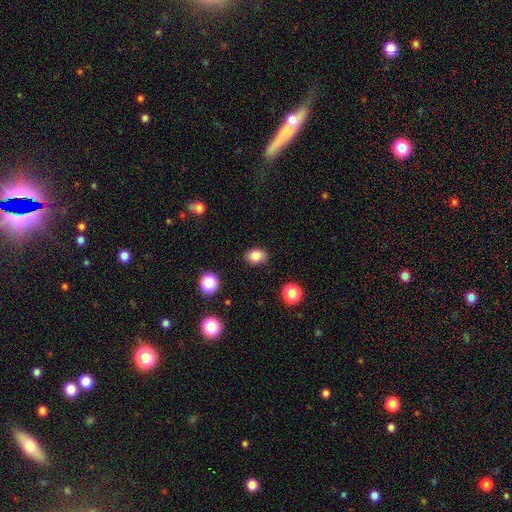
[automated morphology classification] This appears to be a smooth galaxy with no disk features (83%) that is in between round and cigar-shaped (58%). Merging: none (86%).